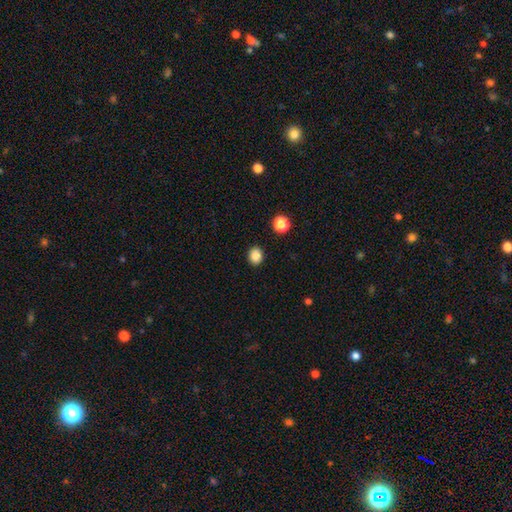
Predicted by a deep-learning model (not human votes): smooth_or_featured: smooth (p=0.87) [alt: star or artifact p=0.10]
how_rounded: round (p=0.56) [alt: in between p=0.43]
merging: none (p=0.90) [alt: minor disturbance p=0.07]